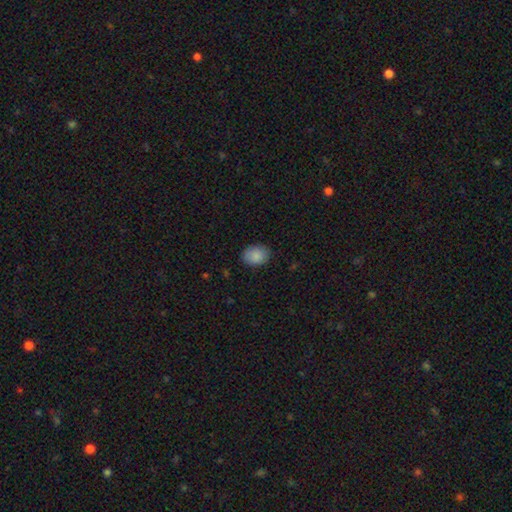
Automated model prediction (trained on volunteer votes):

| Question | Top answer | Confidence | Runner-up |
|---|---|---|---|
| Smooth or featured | smooth | 87% | star or artifact (7%) |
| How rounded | in between | 65% | round (35%) |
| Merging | none | 85% | minor disturbance (12%) |